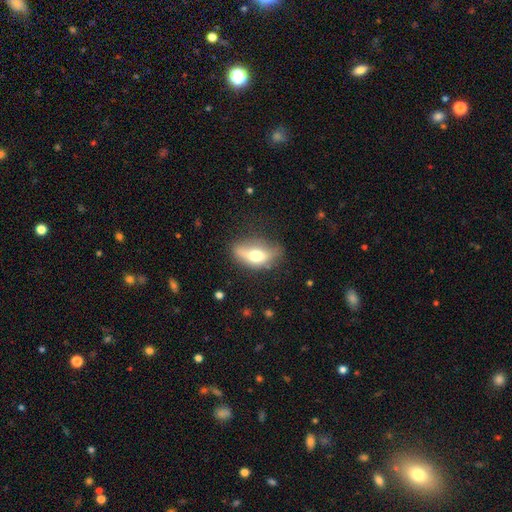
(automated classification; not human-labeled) This is possibly a smooth galaxy (54%). How rounded: likely in between (78%). Merging: possibly none (51%).